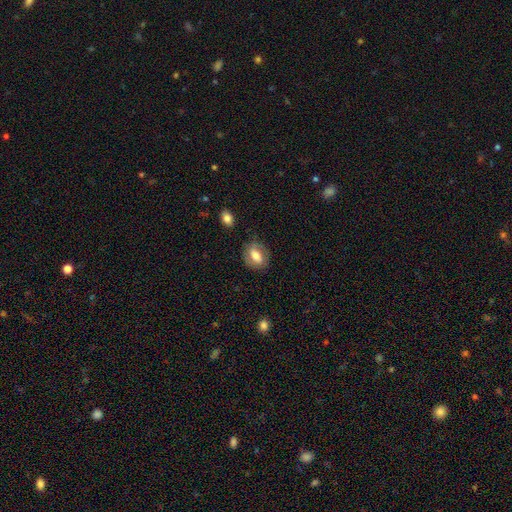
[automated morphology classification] Smooth or featured: smooth — 60% (featured or disk — 32%)
How rounded: in between — 68% (round — 30%)
Merging: none — 77% (minor disturbance — 15%)